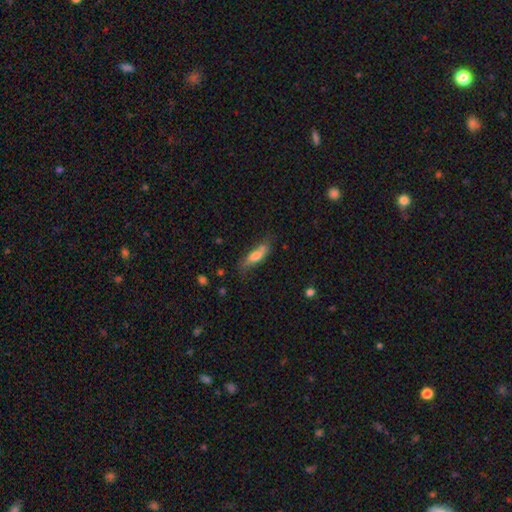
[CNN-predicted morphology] This appears to be a smooth galaxy with no disk features (64%) that is in between round and cigar-shaped (50%). Merging: none (56%).